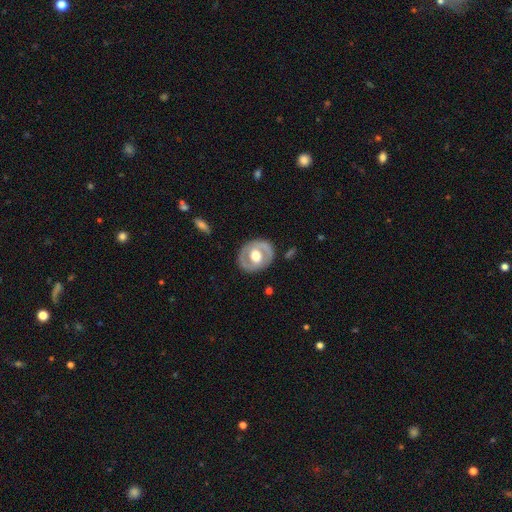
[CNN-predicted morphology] A featured or disk galaxy (65%) with no bar (57%), no spiral arms (61%) and a moderate central bulge (58%). Merging: none (82%).